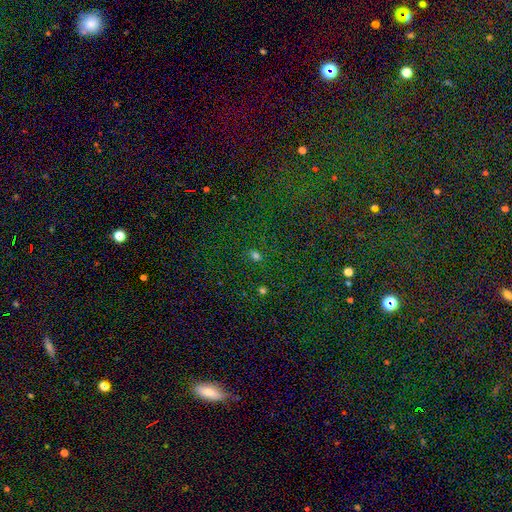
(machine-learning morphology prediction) This appears to be a smooth galaxy with no disk features (71%) that is in between round and cigar-shaped (67%). Merging: none (80%).